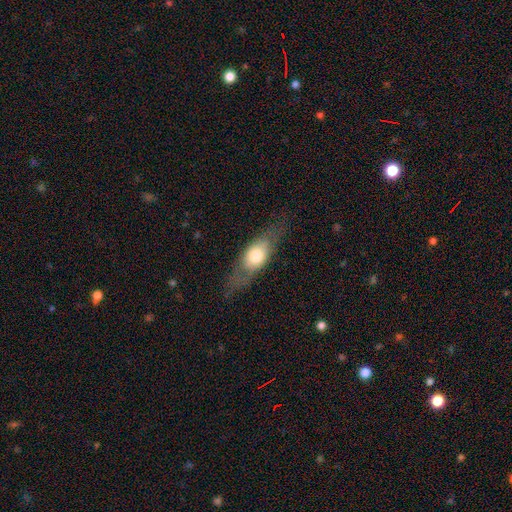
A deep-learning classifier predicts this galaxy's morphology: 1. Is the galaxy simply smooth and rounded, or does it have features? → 52% smooth, 41% featured or disk, 7% star or artifact.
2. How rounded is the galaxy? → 63% in between, 27% cigar-shaped, 10% round.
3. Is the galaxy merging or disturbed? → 71% none, 18% minor disturbance, 10% major disturbance, 1% merger.